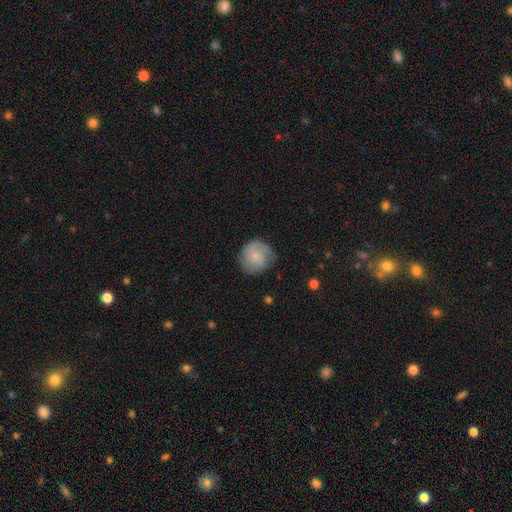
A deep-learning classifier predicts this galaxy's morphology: A smooth galaxy with no disk features (60%) that is round (89%).

Vote fractions:
- Smooth or featured? smooth: 60% / featured or disk: 33% / star or artifact: 7%
- How rounded? round: 89% / in between: 10% / cigar-shaped: 1%
- Merging? none: 74% / minor disturbance: 19% / major disturbance: 6% / merger: 1%